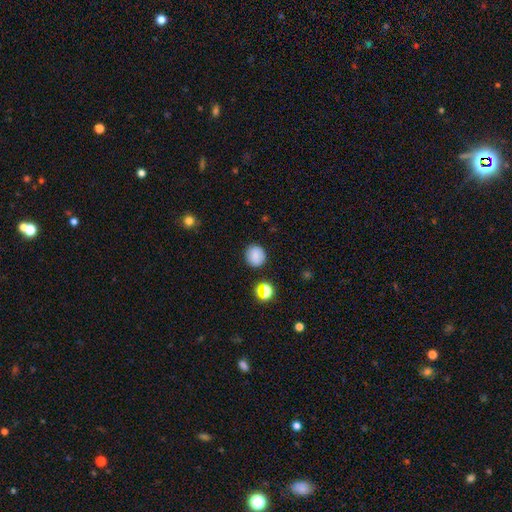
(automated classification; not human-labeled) Morphology: type=smooth (81%); roundness=round (86%); merging=none (86%).